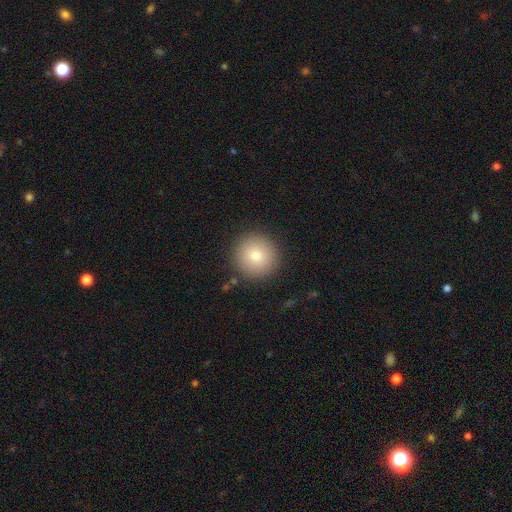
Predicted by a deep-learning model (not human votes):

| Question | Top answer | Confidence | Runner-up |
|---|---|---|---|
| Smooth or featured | smooth | 79% | featured or disk (11%) |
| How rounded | round | 96% | in between (3%) |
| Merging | none | 90% | minor disturbance (6%) |